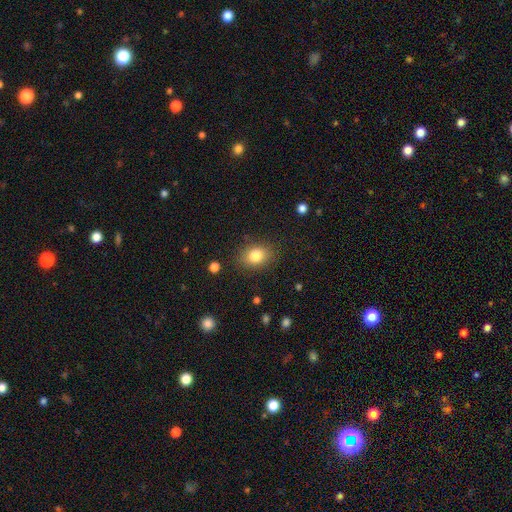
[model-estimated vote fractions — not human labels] smooth_or_featured: smooth (p=0.82) [alt: star or artifact p=0.10]
how_rounded: in between (p=0.64) [alt: round p=0.35]
merging: none (p=0.85) [alt: minor disturbance p=0.10]